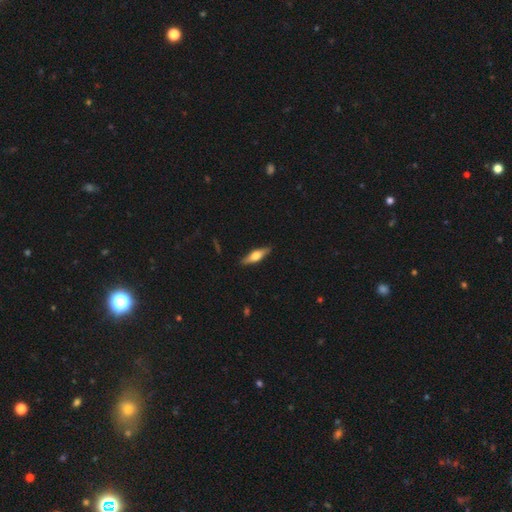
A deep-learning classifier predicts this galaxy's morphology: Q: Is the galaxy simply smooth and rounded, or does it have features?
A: featured or disk — 51%.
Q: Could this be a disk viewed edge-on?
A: yes — 93%.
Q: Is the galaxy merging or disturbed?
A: none — 87%.